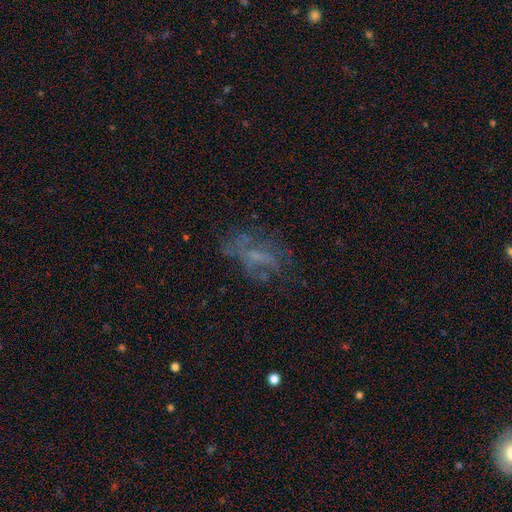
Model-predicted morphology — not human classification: type=featured or disk (53%); edge-on=no (95%); bar=no (65%); spiral arms=no (66%); bulge=none (54%); merging=none (48%).